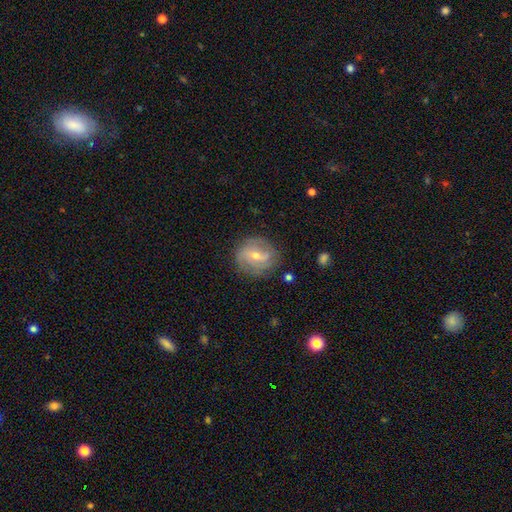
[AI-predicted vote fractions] smooth-or-featured: featured or disk: 69% | smooth: 24% | star or artifact: 7%
  disk-edge-on: no: 96% | yes: 4%
    bar: weak: 49% | no: 30% | strong: 21%
    has-spiral-arms: yes: 82% | no: 18%
      spiral-winding: medium: 41% | tight: 36% | loose: 24%
      spiral-arm-count: 2: 52% | can't tell: 25% | 3: 12% | 1: 4% | 4: 3% | more than 4: 3%
    bulge-size: small: 49% | moderate: 48% | large: 2% | none: 1% | dominant: 1%
  merging: none: 77% | minor disturbance: 16% | major disturbance: 6% | merger: 2%